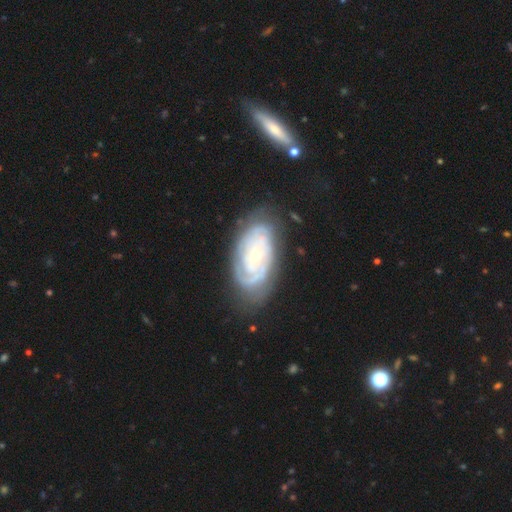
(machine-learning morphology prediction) A featured or disk galaxy (83%) with no bar (78%), tight (77%) spiral arms (93%) and a small central bulge (57%). Merging: none (70%).